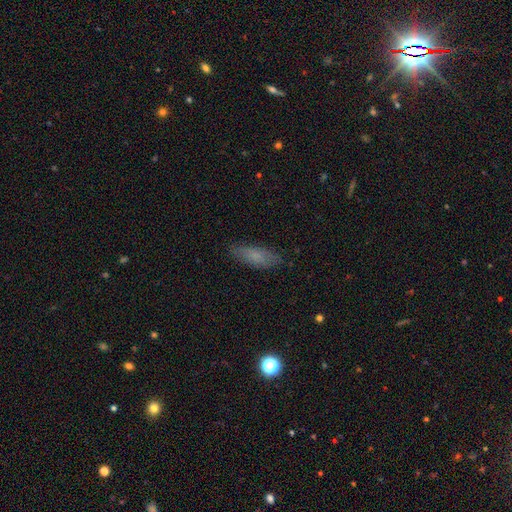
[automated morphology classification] smooth 74%, featured or disk 17%, star or artifact 9%. Down the decision tree: how rounded — in between (55%); merging — none (83%).